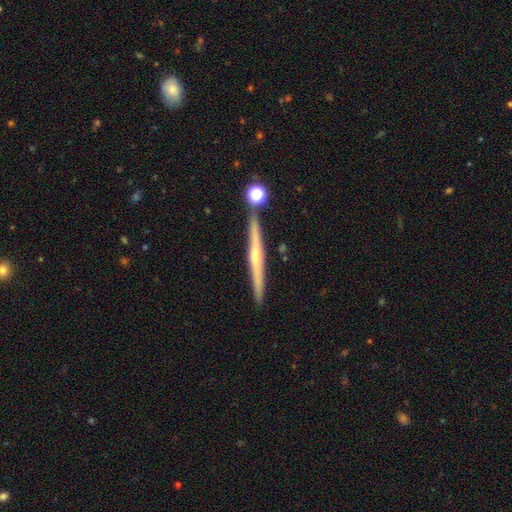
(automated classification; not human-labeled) Smooth or featured?
  - featured or disk: 67% *
  - smooth: 27%
  - star or artifact: 7%
Edge-on disk?
  - yes: 97% *
  - no: 3%
Edge-on bulge?
  - rounded: 57% *
  - none: 35%
  - boxy: 8%
Merging?
  - none: 84% *
  - minor disturbance: 8%
  - merger: 6%
  - major disturbance: 2%